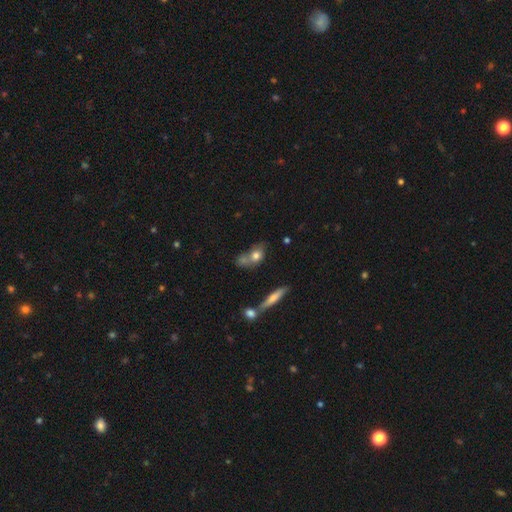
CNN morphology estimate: The model was most divided on "merging": merger: 43%, none: 34%, minor disturbance: 14%, major disturbance: 8%. More confident: smooth or featured — smooth (70%); how rounded — in between (54%).